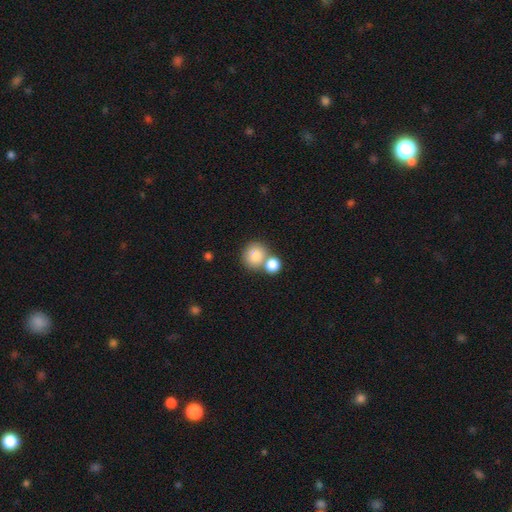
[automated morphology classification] Smooth or featured? Predicted: smooth (p=0.83). How rounded? Predicted: round (p=0.83). Merging? Predicted: none (p=0.49).